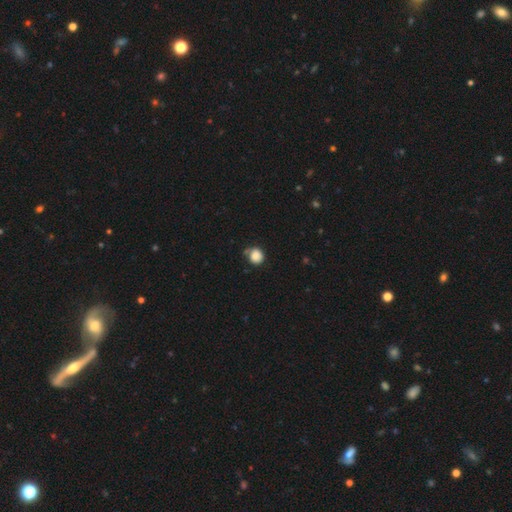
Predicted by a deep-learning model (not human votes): Smooth or featured? smooth (84%)
How rounded? round (82%)
Merging? none (60%)